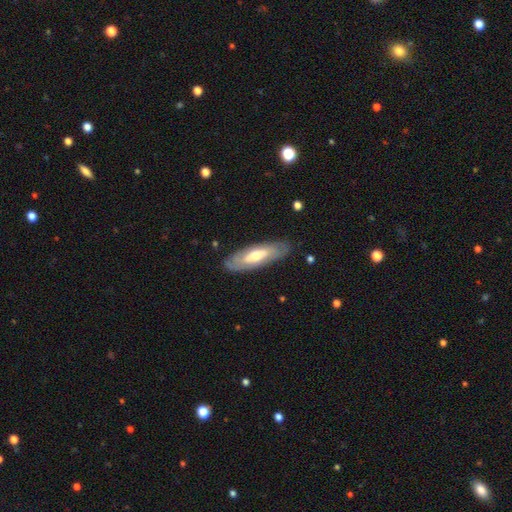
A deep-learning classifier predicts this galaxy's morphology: This is likely a featured or disk galaxy (61%). It is likely not viewed edge-on (72%). Merging: clearly none (83%).